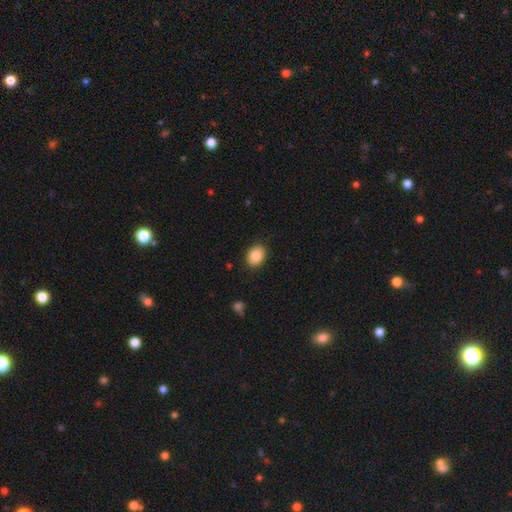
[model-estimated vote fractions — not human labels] smooth-or-featured: smooth: 86% | star or artifact: 8% | featured or disk: 6%
  how-rounded: in between: 67% | round: 32% | cigar-shaped: 1%
  merging: none: 87% | minor disturbance: 9% | major disturbance: 2% | merger: 1%